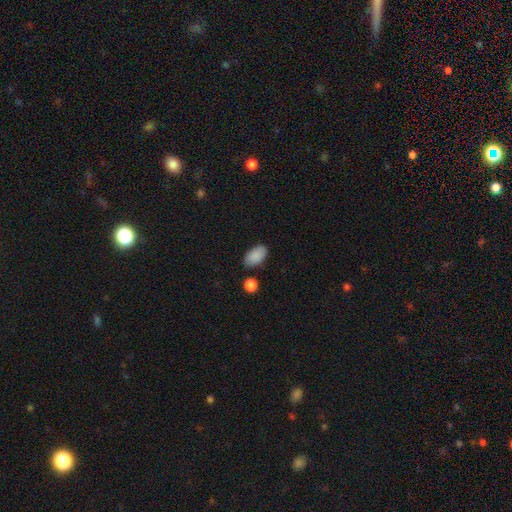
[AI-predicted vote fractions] smooth 88%, star or artifact 7%, featured or disk 5%. Down the decision tree: how rounded — in between (93%); merging — none (79%).